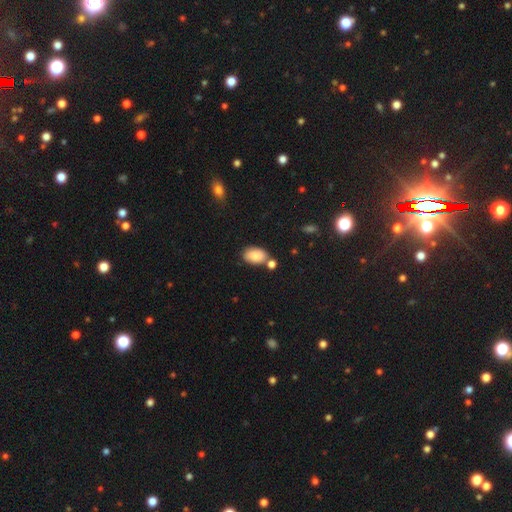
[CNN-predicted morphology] The model was most divided on "merging": none: 66%, merger: 16%, minor disturbance: 15%, major disturbance: 4%. More confident: how rounded — in between (91%); smooth or featured — smooth (84%).